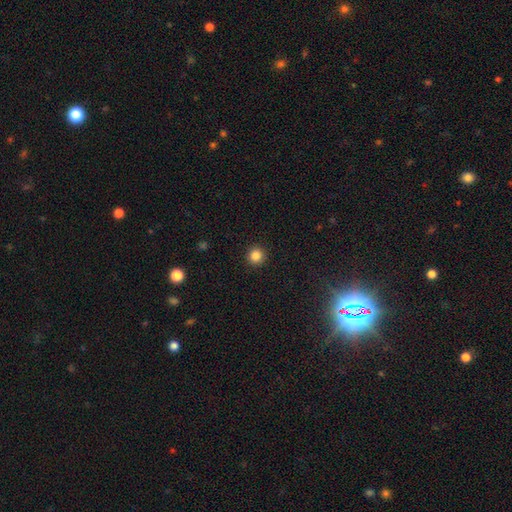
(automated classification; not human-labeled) smooth-or-featured: smooth: 85% | star or artifact: 11% | featured or disk: 4%
  how-rounded: round: 95% | in between: 4% | cigar-shaped: 1%
  merging: none: 93% | minor disturbance: 4% | major disturbance: 2% | merger: 1%